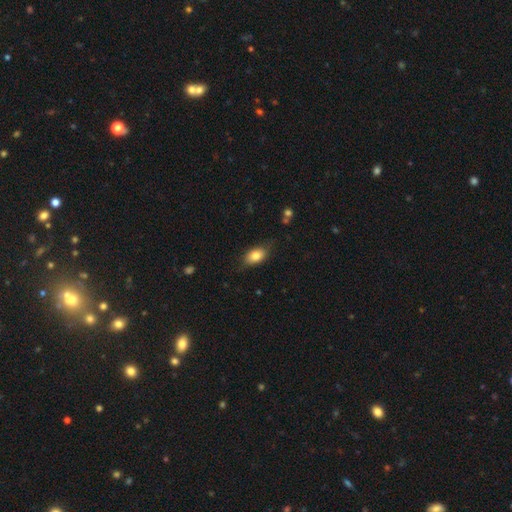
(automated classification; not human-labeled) Smooth or featured? Predicted: smooth (p=0.81). How rounded? Predicted: in between (p=0.84). Merging? Predicted: none (p=0.75).